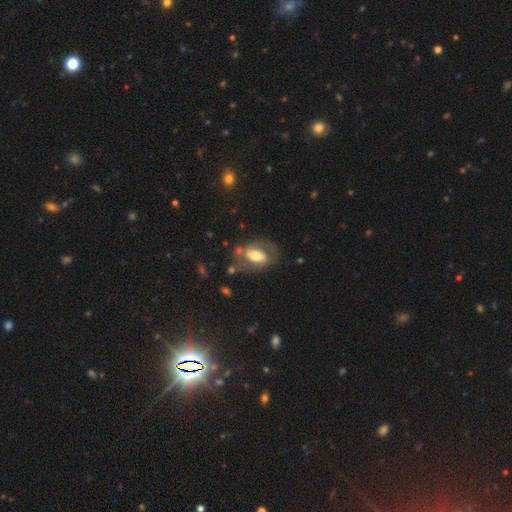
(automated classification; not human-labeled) Smooth or featured? featured or disk (60%)
Edge-on disk? no (94%)
Bar? weak (35%)
Spiral arms? yes (66%)
Bulge size? moderate (60%)
Merging? none (60%)